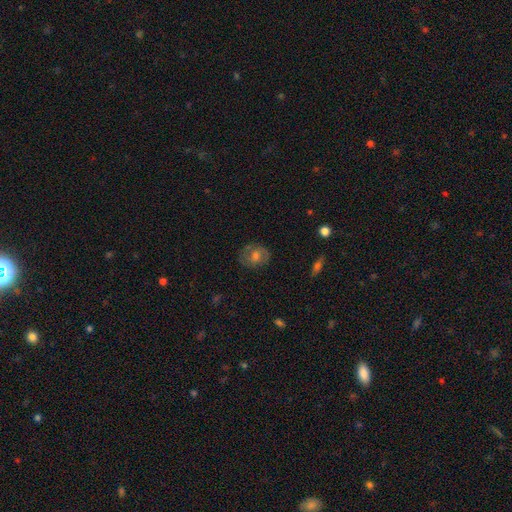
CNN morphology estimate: type=smooth (46%); merging=none (77%).